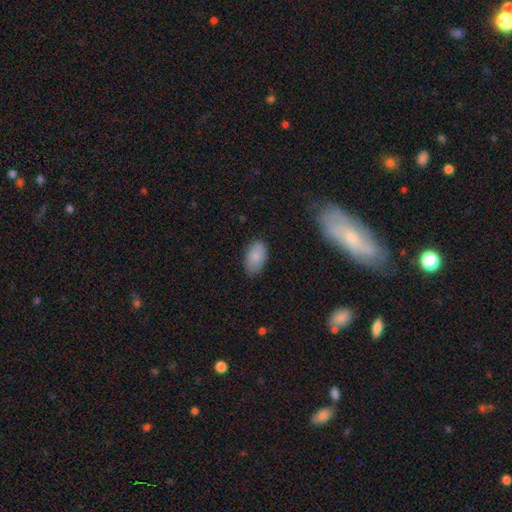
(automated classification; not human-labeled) A smooth galaxy with no disk features (86%) that is in between round and cigar-shaped (94%). Merging: none (79%).